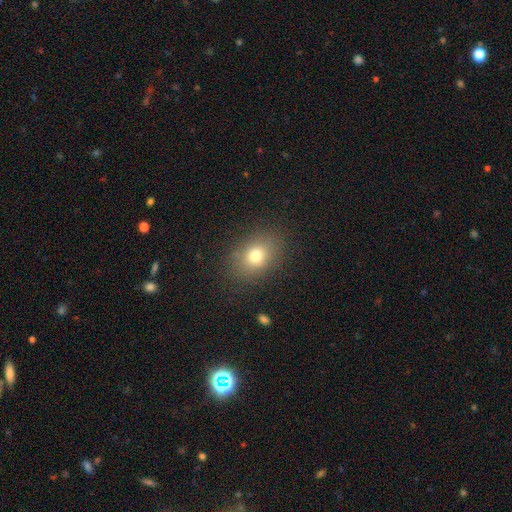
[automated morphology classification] Q: Smooth or featured?
A: smooth (77%); runner-up: star or artifact (13%)
Q: How rounded?
A: in between (59%); runner-up: round (39%)
Q: Merging?
A: none (84%); runner-up: minor disturbance (10%)